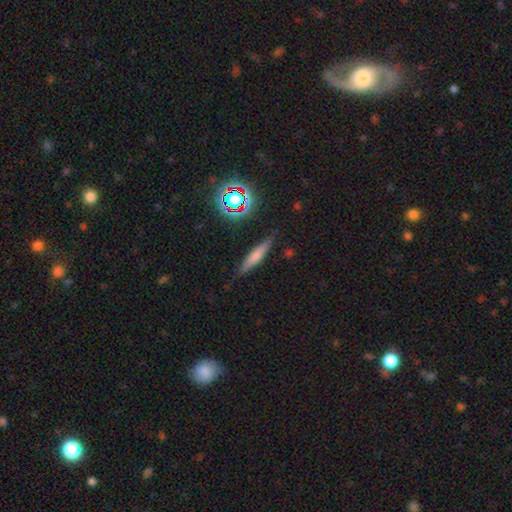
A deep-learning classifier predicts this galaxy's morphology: Smooth or featured: smooth — 59% (featured or disk — 29%)
How rounded: cigar-shaped — 86% (in between — 11%)
Merging: none — 83% (minor disturbance — 12%)